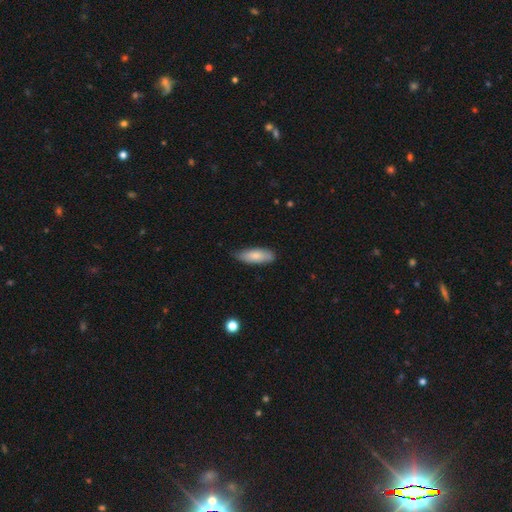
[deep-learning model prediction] Morphology: type=smooth (81%); roundness=in between (69%); merging=none (72%).